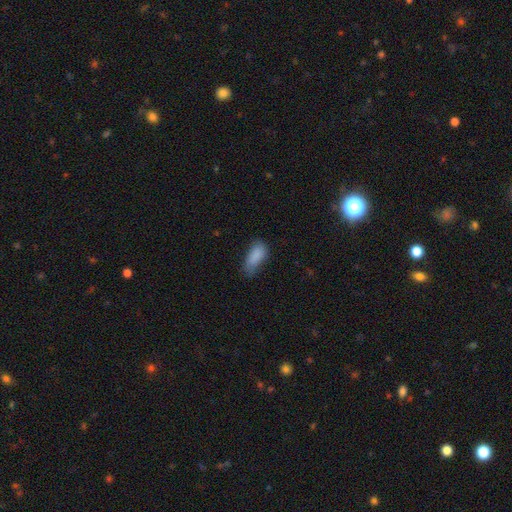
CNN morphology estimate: smooth 86%, star or artifact 7%, featured or disk 7%. Down the decision tree: how rounded — in between (85%); merging — none (49%).